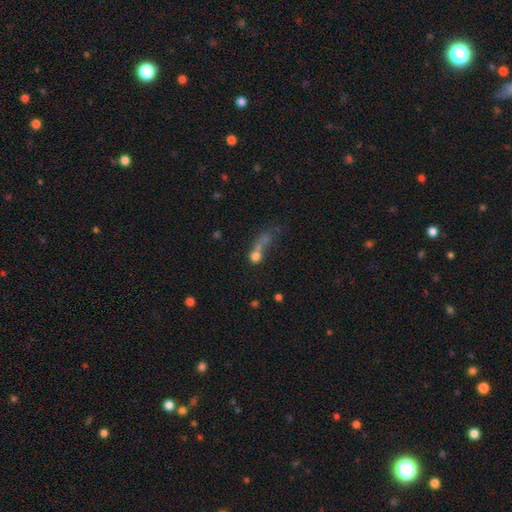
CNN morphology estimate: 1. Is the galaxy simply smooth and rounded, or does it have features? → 66% smooth, 19% featured or disk, 15% star or artifact.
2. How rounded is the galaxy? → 68% round, 26% in between, 6% cigar-shaped.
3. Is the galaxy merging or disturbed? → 44% merger, 26% none, 21% major disturbance, 10% minor disturbance.